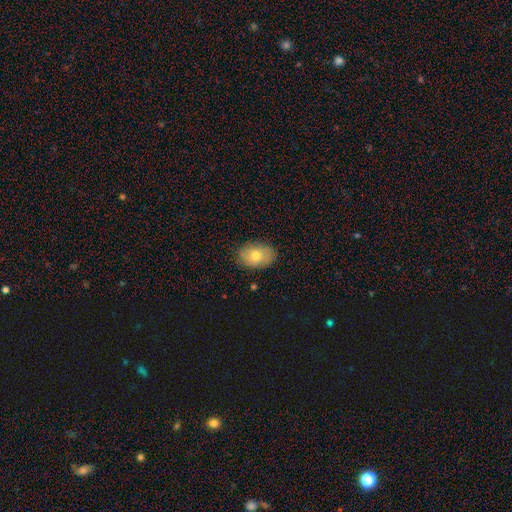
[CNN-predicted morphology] This appears to be a smooth galaxy with no disk features (72%) that is in between round and cigar-shaped (84%). Merging: none (84%).